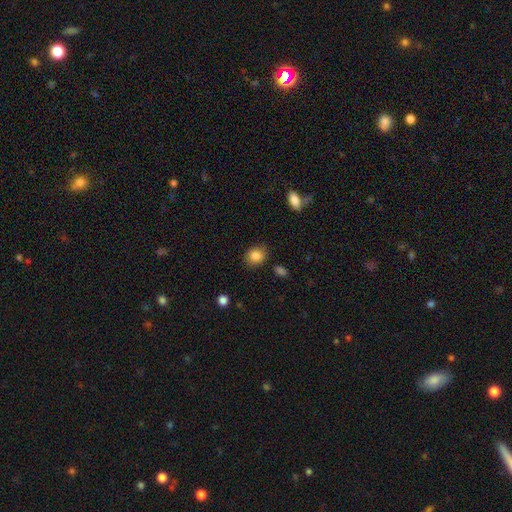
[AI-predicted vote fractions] smooth_or_featured: smooth (p=0.85) [alt: star or artifact p=0.09]
how_rounded: round (p=0.61) [alt: in between p=0.38]
merging: none (p=0.80) [alt: minor disturbance p=0.14]